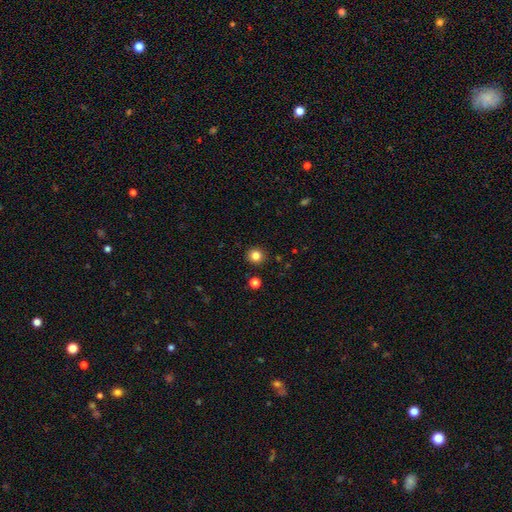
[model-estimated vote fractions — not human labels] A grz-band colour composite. It shows a smooth galaxy with no disk features (82%) that is round (91%). Merging: none (91%).